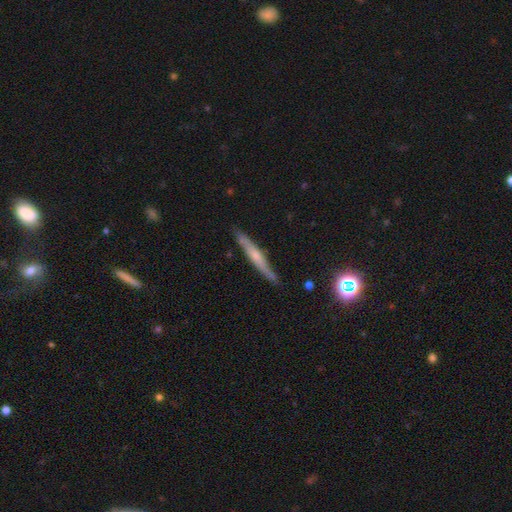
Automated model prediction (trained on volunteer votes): Smooth or featured: featured or disk — 57% (smooth — 36%)
Edge-on disk: yes — 92% (no — 8%)
Edge-on bulge: rounded — 53% (none — 38%)
Merging: none — 84% (minor disturbance — 12%)